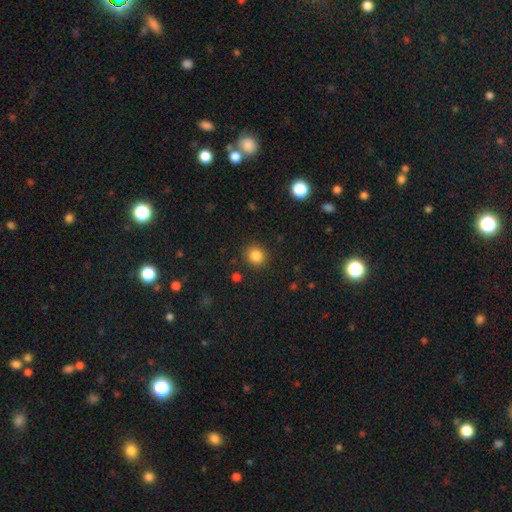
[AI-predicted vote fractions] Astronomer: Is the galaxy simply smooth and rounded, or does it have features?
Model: smooth — 85%.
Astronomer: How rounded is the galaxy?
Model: round — 86%.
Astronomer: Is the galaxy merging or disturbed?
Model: none — 89%.